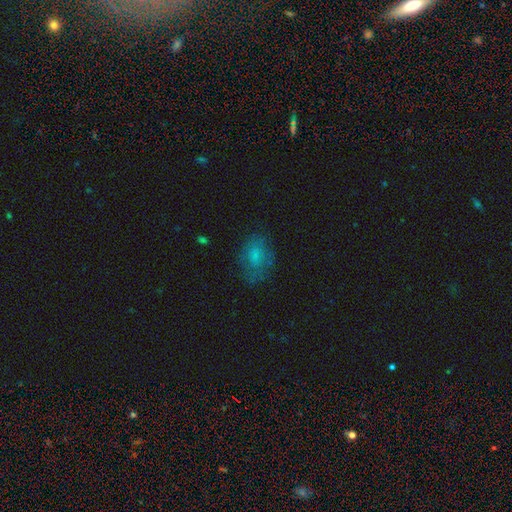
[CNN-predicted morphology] smooth 62%, featured or disk 25%, star or artifact 13%. Down the decision tree: how rounded — in between (76%); merging — none (61%).